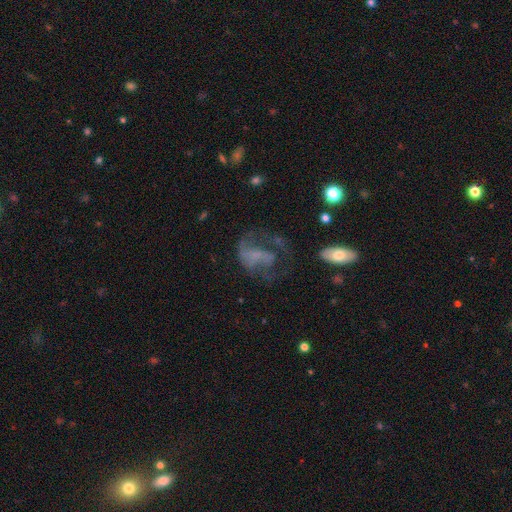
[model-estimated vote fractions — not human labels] This is possibly a featured or disk galaxy (59%). It is clearly not viewed edge-on (97%). Bar: likely no (68%). Spiral arm pattern: possibly yes (56%). Central bulge: likely none (66%). Merging: possibly major disturbance (46%).